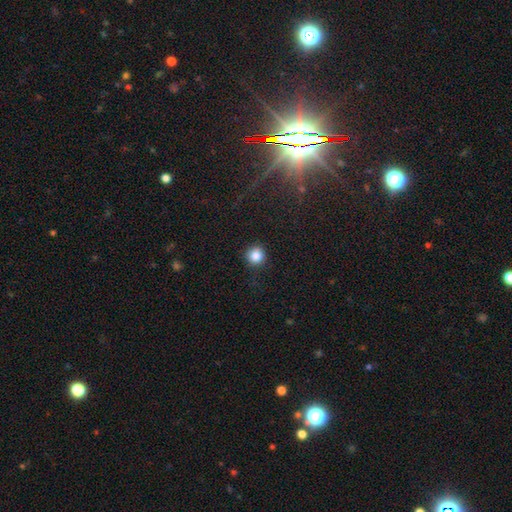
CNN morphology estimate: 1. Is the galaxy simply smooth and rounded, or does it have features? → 84% smooth, 11% star or artifact, 5% featured or disk.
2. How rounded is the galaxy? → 94% round, 5% in between, 1% cigar-shaped.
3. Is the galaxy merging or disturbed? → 89% none, 8% minor disturbance, 2% major disturbance, 1% merger.